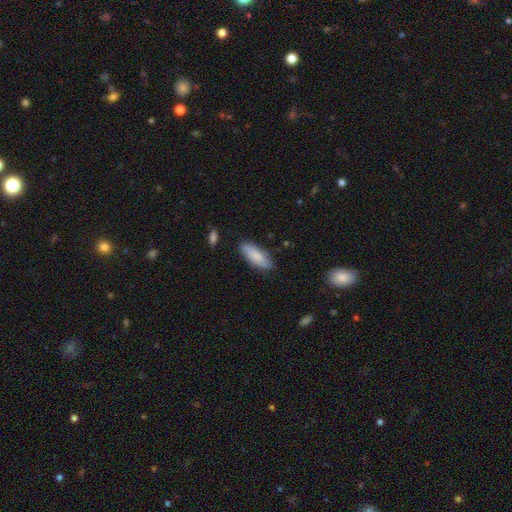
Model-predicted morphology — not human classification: Overall: smooth (79%). How rounded: in between (67%; cigar-shaped 31%). Merging: none (77%).